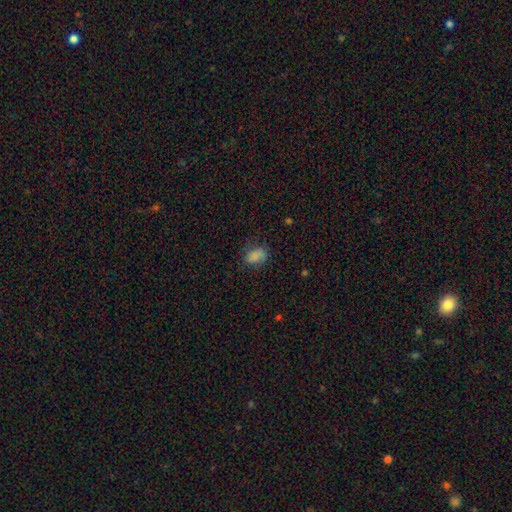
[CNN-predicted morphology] A smooth galaxy with no disk features (80%) that is in between round and cigar-shaped (81%). Merging: none (64%).